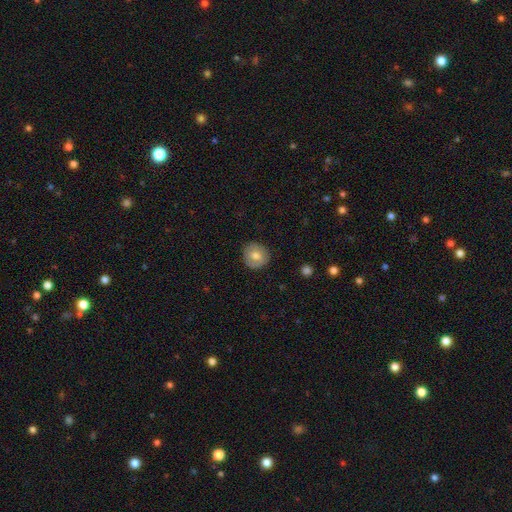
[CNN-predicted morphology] Smooth or featured?
  - smooth: 71% *
  - featured or disk: 22%
  - star or artifact: 7%
How rounded?
  - round: 87% *
  - in between: 12%
  - cigar-shaped: 1%
Merging?
  - none: 86% *
  - minor disturbance: 11%
  - major disturbance: 2%
  - merger: 1%